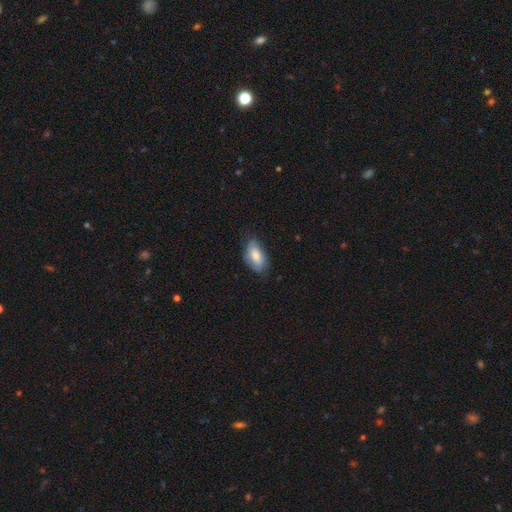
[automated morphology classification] smooth 77%, featured or disk 17%, star or artifact 6%. Down the decision tree: how rounded — in between (92%); merging — none (68%).